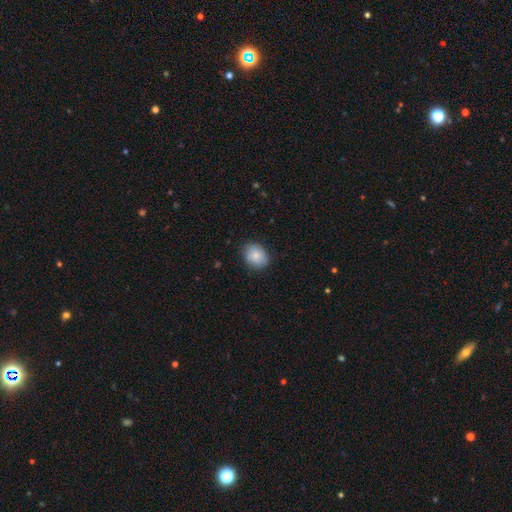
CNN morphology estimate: Smooth or featured? Predicted: smooth (p=0.84). How rounded? Predicted: round (p=0.50, tied with in between). Merging? Predicted: none (p=0.83).